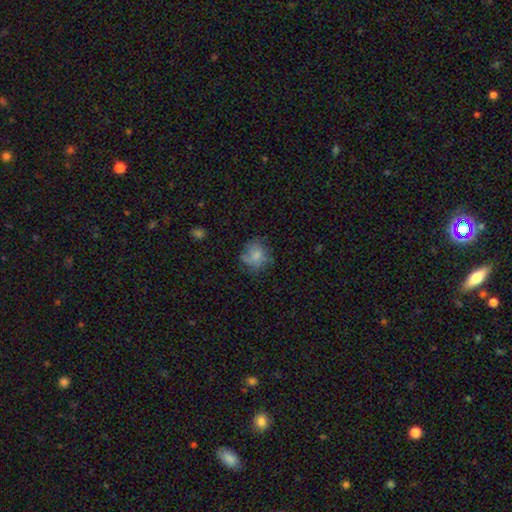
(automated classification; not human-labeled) This is likely a smooth galaxy (68%). How rounded: likely round (73%). Merging: likely none (60%).